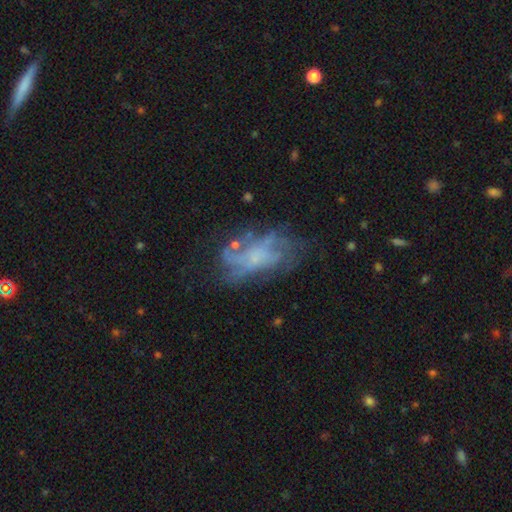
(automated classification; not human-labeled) Smooth or featured?
  - featured or disk: 67% *
  - smooth: 21%
  - star or artifact: 12%
Edge-on disk?
  - no: 95% *
  - yes: 5%
Bar?
  - no: 75% *
  - weak: 20%
  - strong: 5%
Spiral arms?
  - yes: 64% *
  - no: 36%
Bulge size?
  - none: 49% *
  - small: 30%
  - moderate: 16%
  - large: 3%
  - dominant: 1%
Merging?
  - none: 51% *
  - major disturbance: 23%
  - minor disturbance: 21%
  - merger: 5%